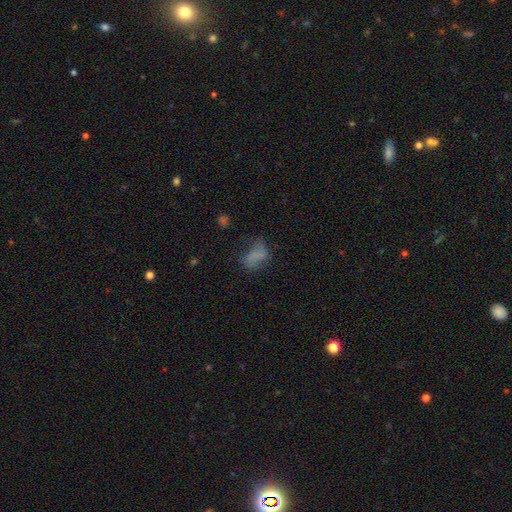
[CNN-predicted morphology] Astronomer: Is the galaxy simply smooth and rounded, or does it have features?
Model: smooth — 62%.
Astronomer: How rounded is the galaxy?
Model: in between — 83%.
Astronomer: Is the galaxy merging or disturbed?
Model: none — 40% (runner-up: minor disturbance, 27%).